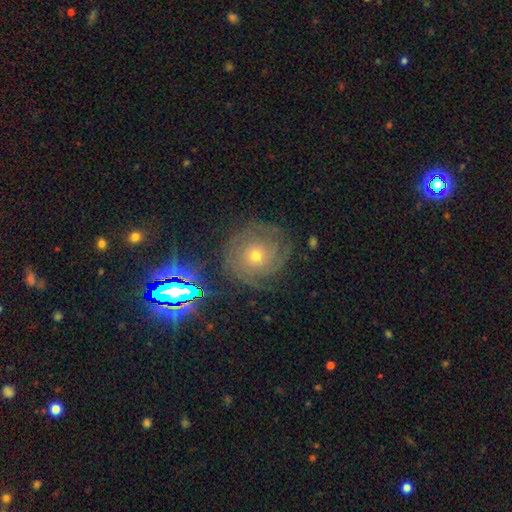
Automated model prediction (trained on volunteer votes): A featured or disk galaxy (65%) with no bar (83%), tight (70%) spiral arms (90%) and a small central bulge (53%).

Vote fractions:
- Smooth or featured? featured or disk: 65% / smooth: 19% / star or artifact: 16%
- Edge-on disk? no: 97% / yes: 3%
- Bar? no: 83% / weak: 14% / strong: 3%
- Spiral arms? yes: 90% / no: 10%
- Spiral winding? tight: 70% / medium: 24% / loose: 7%
- Spiral arm count? can't tell: 40% / 3: 19% / 2: 18% / 4: 11% / more than 4: 6% / 1: 6%
- Bulge size? small: 53% / moderate: 42% / large: 2% / none: 1% / dominant: 1%
- Merging? none: 75% / minor disturbance: 15% / major disturbance: 8% / merger: 2%